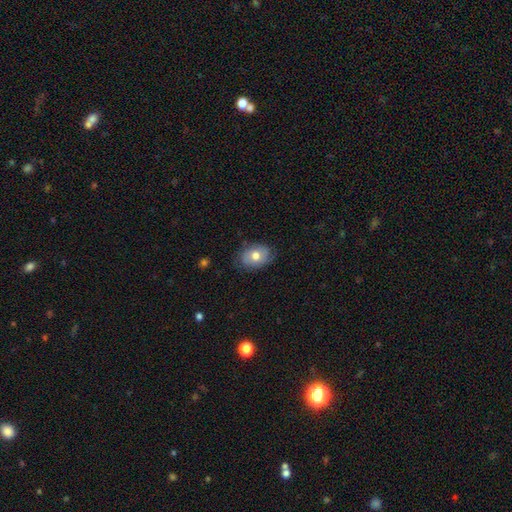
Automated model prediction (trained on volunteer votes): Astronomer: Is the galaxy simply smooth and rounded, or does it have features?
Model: smooth — 67%.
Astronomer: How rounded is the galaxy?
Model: in between — 70%.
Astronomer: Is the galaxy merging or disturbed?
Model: none — 76%.